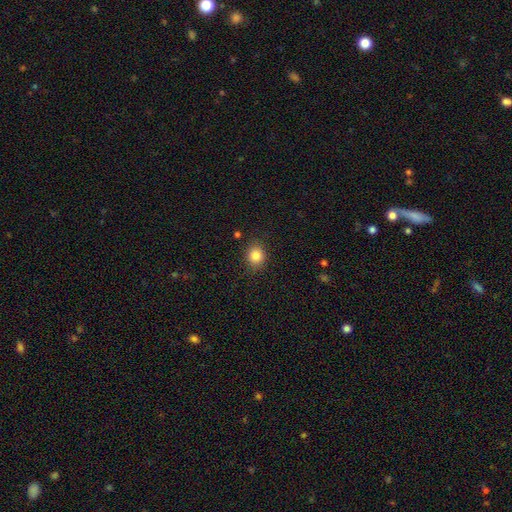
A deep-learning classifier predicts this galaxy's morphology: A smooth galaxy with no disk features (84%) that is round (68%).

Vote fractions:
- Smooth or featured? smooth: 84% / star or artifact: 10% / featured or disk: 5%
- How rounded? round: 68% / in between: 31% / cigar-shaped: 1%
- Merging? none: 85% / minor disturbance: 11% / major disturbance: 3% / merger: 1%